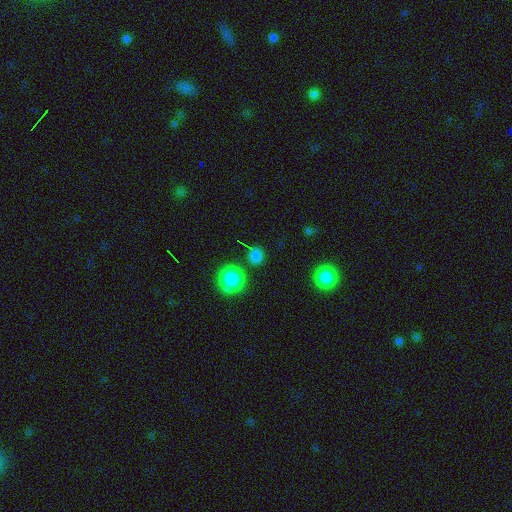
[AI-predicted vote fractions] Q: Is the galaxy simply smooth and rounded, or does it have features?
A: smooth — 80%.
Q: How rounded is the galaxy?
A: round — 89%.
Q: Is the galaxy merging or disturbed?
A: none — 80%.